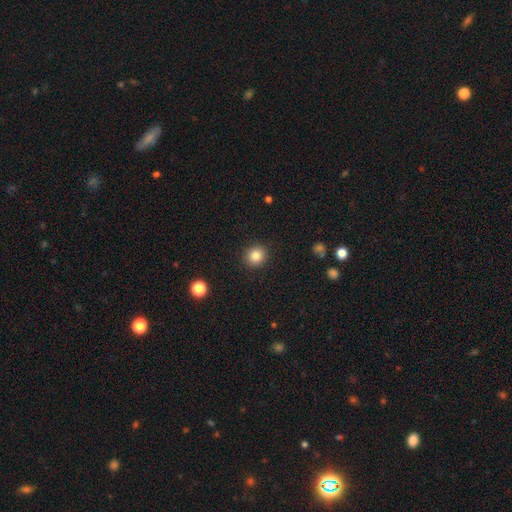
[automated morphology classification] type=smooth (83%); roundness=round (90%); merging=none (92%).